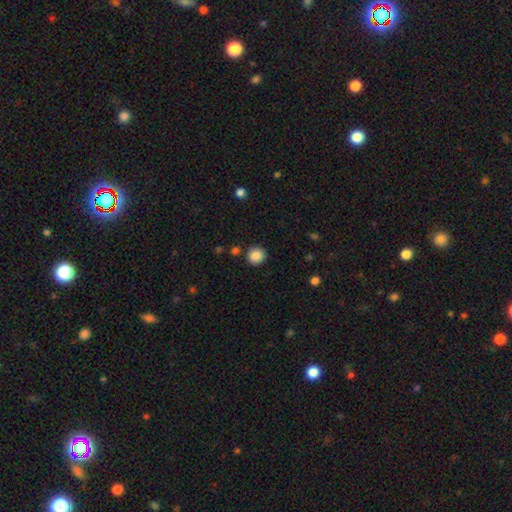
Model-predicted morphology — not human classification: Smooth or featured?
  - smooth: 88% *
  - star or artifact: 9%
  - featured or disk: 3%
How rounded?
  - round: 92% *
  - in between: 7%
  - cigar-shaped: 1%
Merging?
  - none: 88% *
  - minor disturbance: 7%
  - merger: 2%
  - major disturbance: 2%